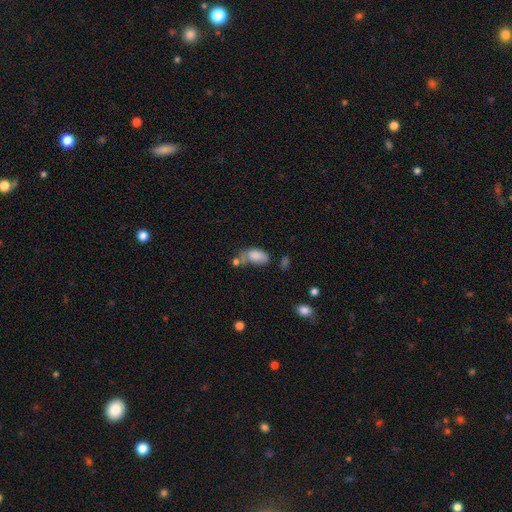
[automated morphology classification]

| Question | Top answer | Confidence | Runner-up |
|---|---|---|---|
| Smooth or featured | smooth | 82% | featured or disk (9%) |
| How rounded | in between | 92% | round (5%) |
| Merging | none | 39% | minor disturbance (26%) |